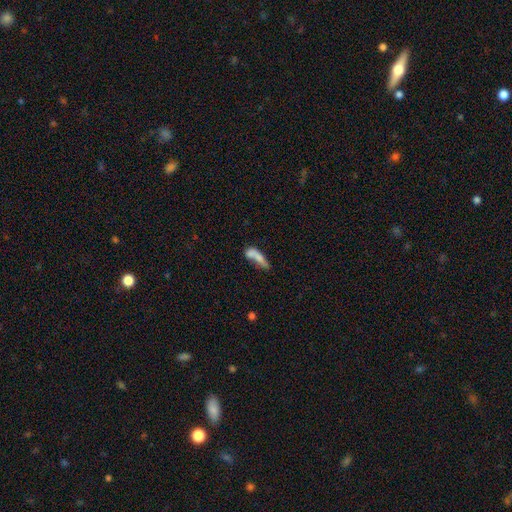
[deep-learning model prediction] The model was most divided on "merging" (2-way tie): none: 32%, merger: 32%, minor disturbance: 19%, major disturbance: 17%. More confident: smooth or featured — smooth (66%); how rounded — cigar-shaped (59%).